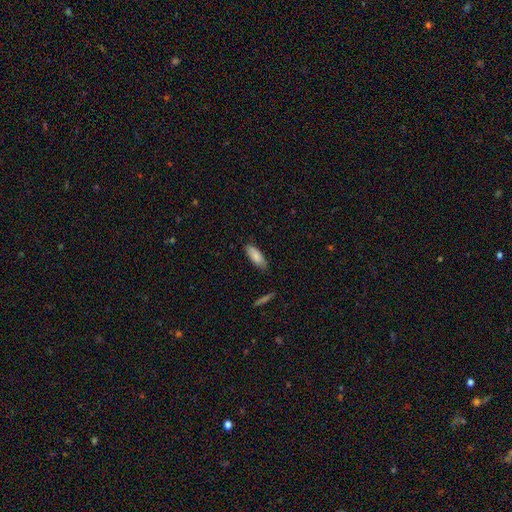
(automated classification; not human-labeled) This is clearly a smooth galaxy (84%). How rounded: likely in between (72%). Merging: likely none (79%).